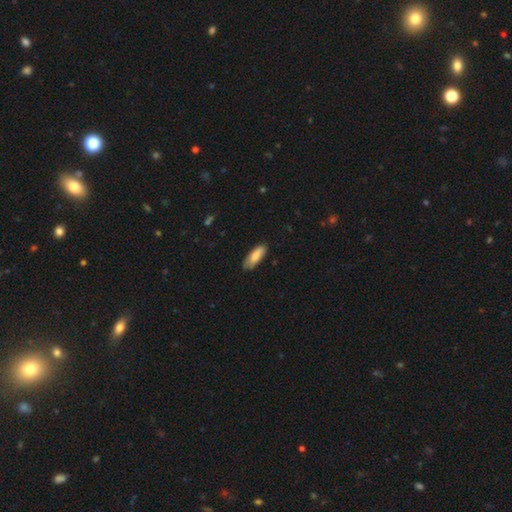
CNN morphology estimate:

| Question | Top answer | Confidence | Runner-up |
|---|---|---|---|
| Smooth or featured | smooth | 77% | featured or disk (17%) |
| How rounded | in between | 68% | cigar-shaped (30%) |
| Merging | none | 79% | minor disturbance (17%) |